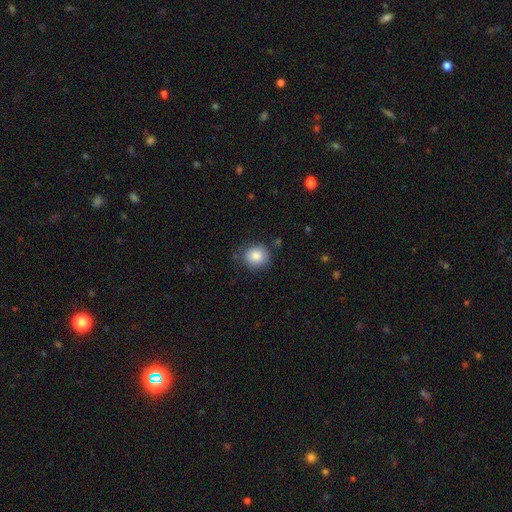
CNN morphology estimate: Smooth or featured?
  - smooth: 84% *
  - star or artifact: 8%
  - featured or disk: 8%
How rounded?
  - round: 82% *
  - in between: 17%
  - cigar-shaped: 1%
Merging?
  - none: 72% *
  - minor disturbance: 20%
  - major disturbance: 5%
  - merger: 2%